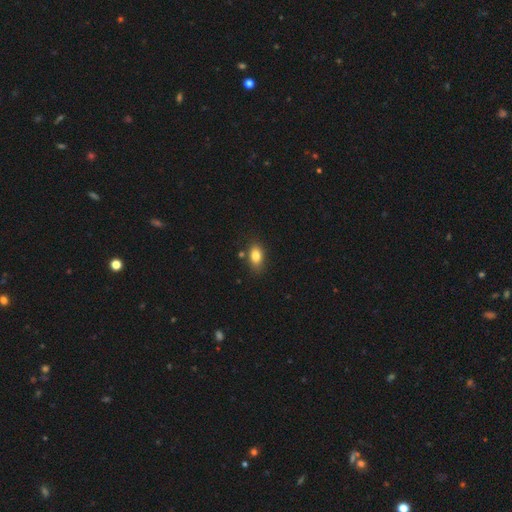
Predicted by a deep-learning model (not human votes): Smooth or featured?
  - smooth: 82% *
  - star or artifact: 9%
  - featured or disk: 9%
How rounded?
  - in between: 86% *
  - round: 11%
  - cigar-shaped: 3%
Merging?
  - none: 77% *
  - minor disturbance: 15%
  - merger: 5%
  - major disturbance: 3%